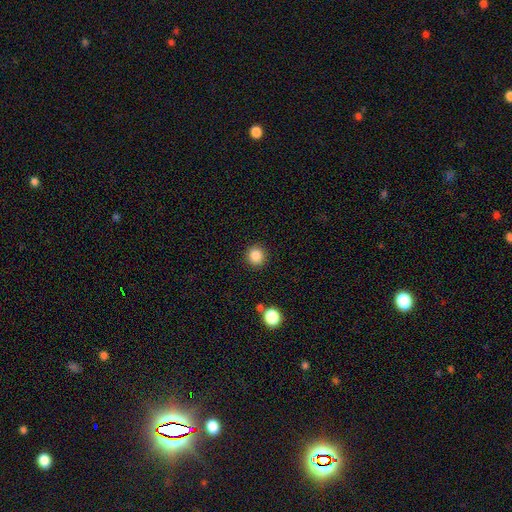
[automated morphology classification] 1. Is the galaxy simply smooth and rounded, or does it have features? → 86% smooth, 10% star or artifact, 4% featured or disk.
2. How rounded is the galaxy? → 91% round, 8% in between, 1% cigar-shaped.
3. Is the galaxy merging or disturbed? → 90% none, 6% minor disturbance, 2% major disturbance, 2% merger.